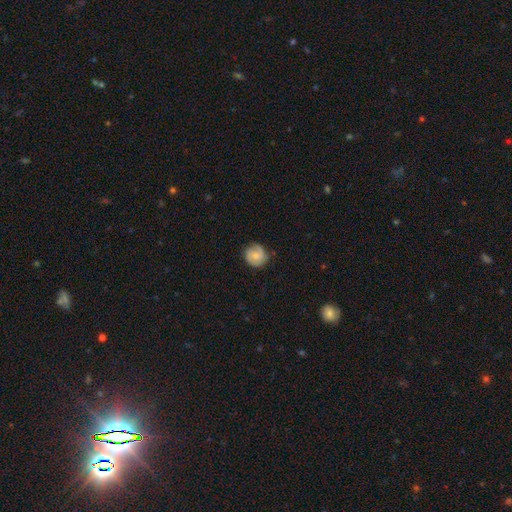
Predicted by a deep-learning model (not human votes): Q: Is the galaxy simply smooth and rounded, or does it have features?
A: smooth — 53%.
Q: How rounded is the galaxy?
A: round — 89%.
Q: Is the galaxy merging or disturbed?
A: none — 76%.